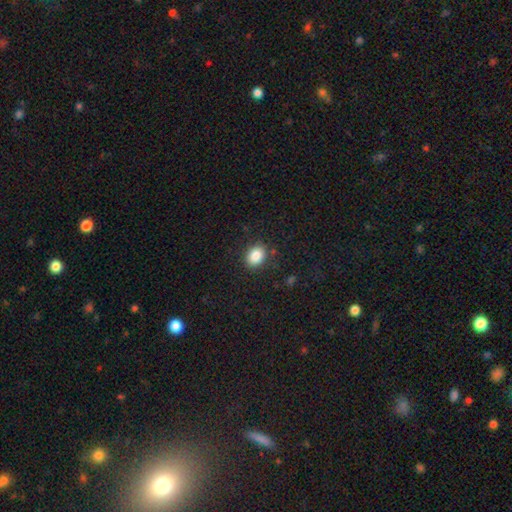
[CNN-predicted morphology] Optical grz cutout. It shows a smooth galaxy with no disk features (86%) that is in between round and cigar-shaped (59%). Merging: none (86%).